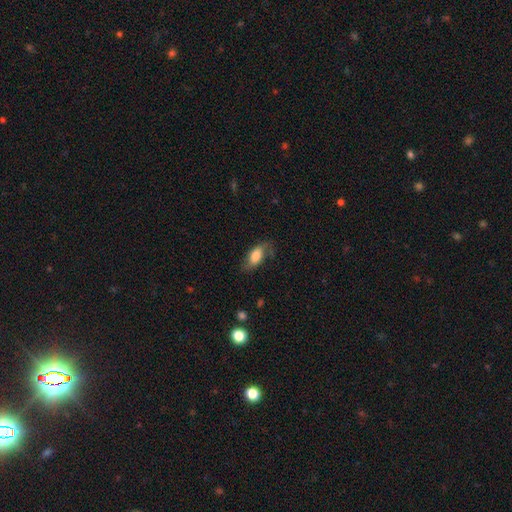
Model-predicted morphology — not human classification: Smooth or featured?
  - smooth: 56% *
  - featured or disk: 36%
  - star or artifact: 8%
How rounded?
  - in between: 85% *
  - cigar-shaped: 10%
  - round: 5%
Merging?
  - none: 60% *
  - minor disturbance: 25%
  - major disturbance: 13%
  - merger: 2%